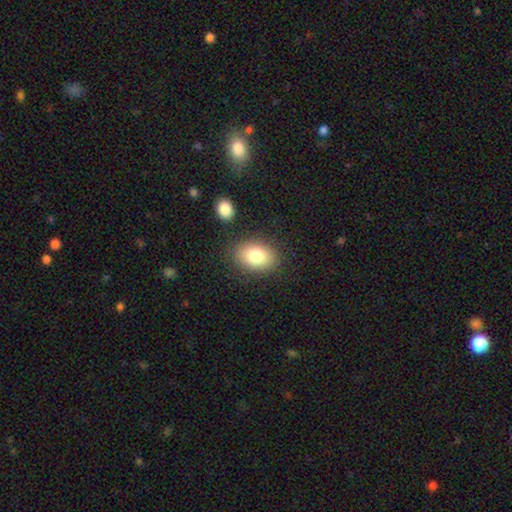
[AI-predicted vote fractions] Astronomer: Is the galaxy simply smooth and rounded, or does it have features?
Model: smooth — 81%.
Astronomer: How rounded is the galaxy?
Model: in between — 78%.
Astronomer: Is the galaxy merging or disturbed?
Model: none — 83%.